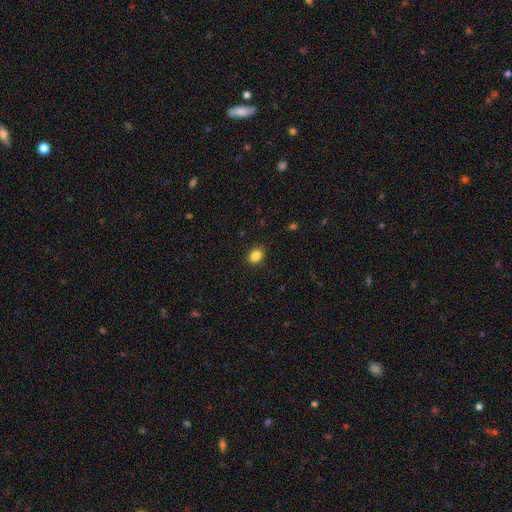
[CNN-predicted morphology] A smooth galaxy with no disk features (86%) that is in between round and cigar-shaped (53%). Merging: none (88%).